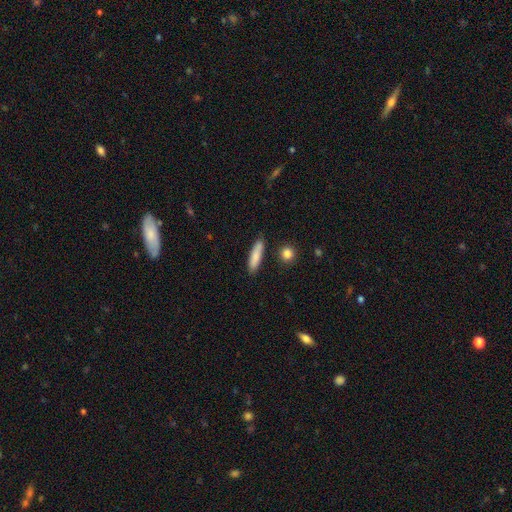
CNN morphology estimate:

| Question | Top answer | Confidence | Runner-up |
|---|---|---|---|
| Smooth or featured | smooth | 83% | featured or disk (11%) |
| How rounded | cigar-shaped | 75% | in between (23%) |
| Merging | none | 84% | minor disturbance (11%) |